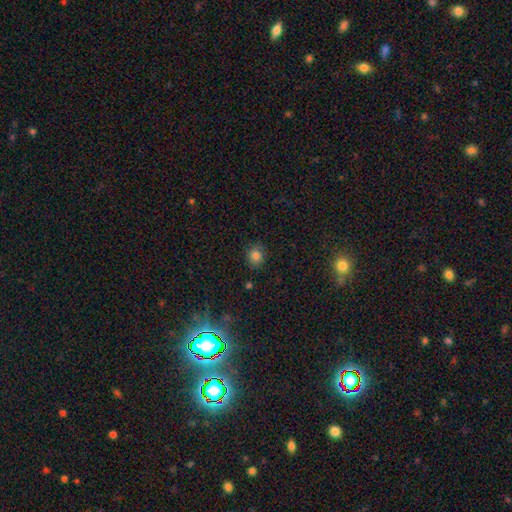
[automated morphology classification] smooth_or_featured: smooth (p=0.80) [alt: star or artifact p=0.14]
how_rounded: round (p=0.73) [alt: in between p=0.26]
merging: none (p=0.85) [alt: minor disturbance p=0.11]